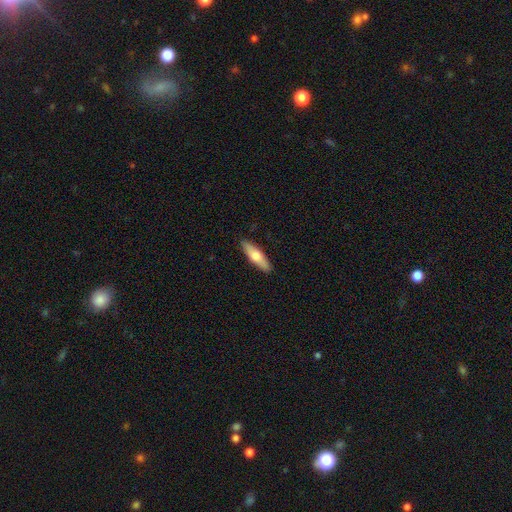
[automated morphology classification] smooth-or-featured: smooth: 63% | featured or disk: 32% | star or artifact: 5%
  how-rounded: cigar-shaped: 58% | in between: 40% | round: 2%
  merging: none: 90% | minor disturbance: 8% | major disturbance: 2% | merger: 1%